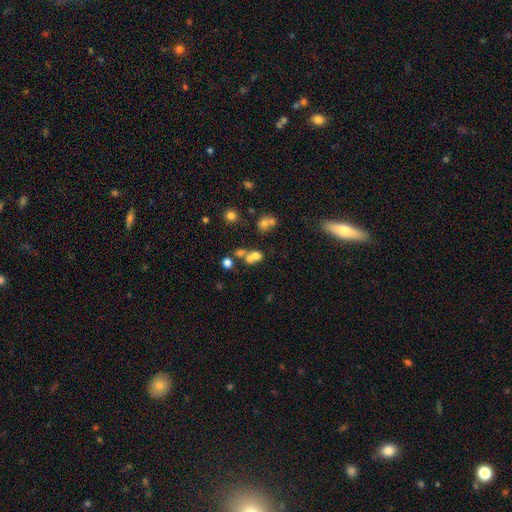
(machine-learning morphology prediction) Smooth or featured: smooth — 63% (featured or disk — 20%)
How rounded: round — 59% (in between — 39%)
Merging: merger — 56% (none — 30%)